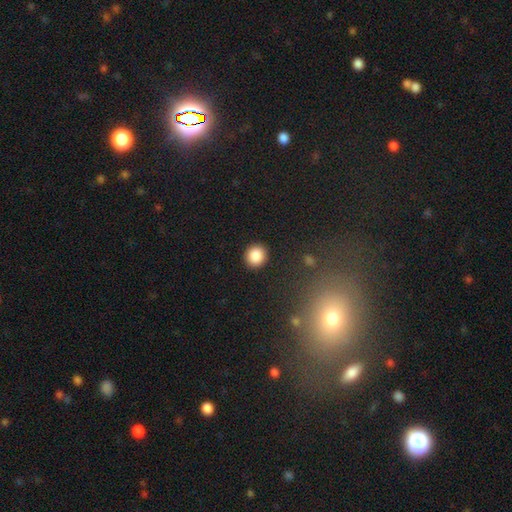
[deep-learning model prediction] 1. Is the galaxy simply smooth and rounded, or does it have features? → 87% smooth, 9% star or artifact, 4% featured or disk.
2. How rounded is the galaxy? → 87% round, 12% in between, 1% cigar-shaped.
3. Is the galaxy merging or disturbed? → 91% none, 6% minor disturbance, 2% major disturbance, 1% merger.